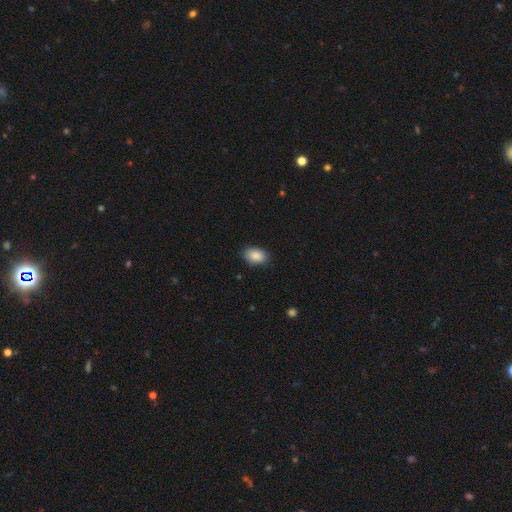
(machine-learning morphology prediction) Overall: smooth (88%). How rounded: in between (89%). Merging: none (87%).